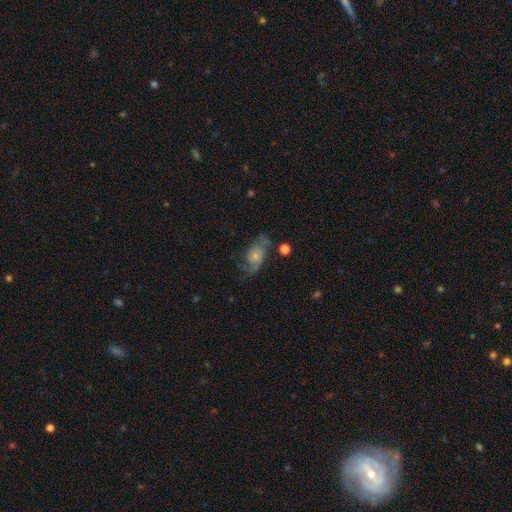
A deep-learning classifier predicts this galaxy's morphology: type=featured or disk (67%); edge-on=no (95%); bar=no (75%); spiral arms=yes (87%); winding=loose (47%); arm count=2 (76%); bulge=small (53%); merging=none (53%).